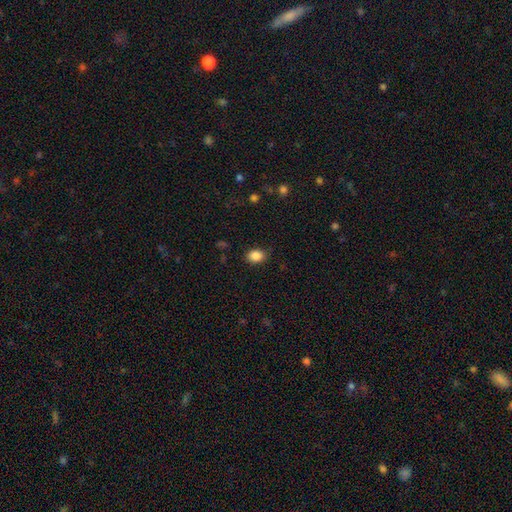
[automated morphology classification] The model was most divided on "how rounded": in between: 65%, round: 34%, cigar-shaped: 1%. More confident: smooth or featured — smooth (87%); merging — none (83%).